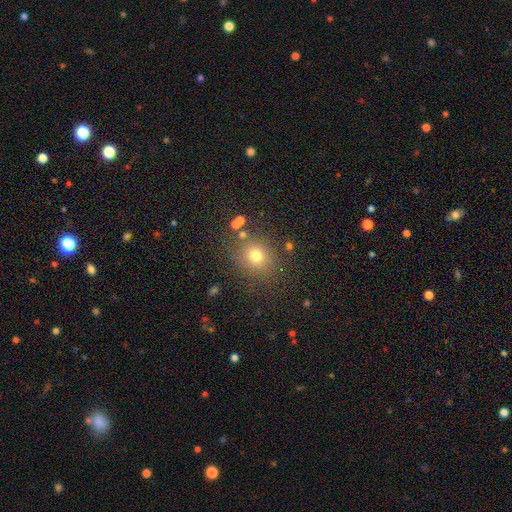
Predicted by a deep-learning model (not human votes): Smooth or featured?
  - smooth: 73% *
  - star or artifact: 18%
  - featured or disk: 9%
How rounded?
  - round: 78% *
  - in between: 22%
  - cigar-shaped: 1%
Merging?
  - none: 81% *
  - minor disturbance: 10%
  - major disturbance: 5%
  - merger: 4%